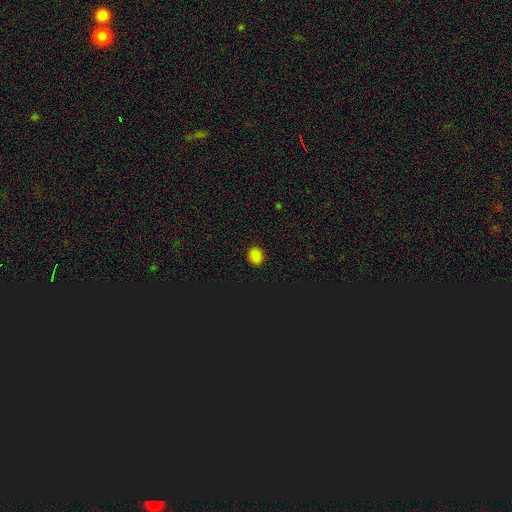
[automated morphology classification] type=smooth (80%); roundness=round (59%); merging=none (89%).